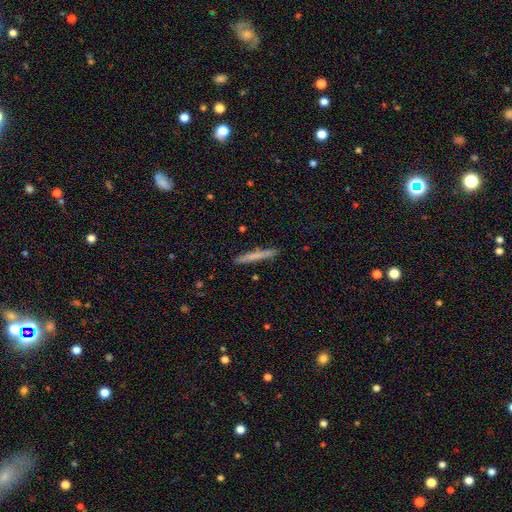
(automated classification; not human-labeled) Morphology: type=smooth (67%); roundness=cigar-shaped (96%); merging=none (91%).